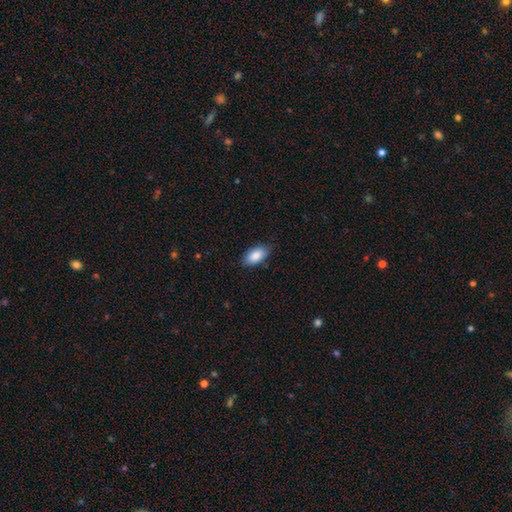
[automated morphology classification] Q: Smooth or featured?
A: smooth (88%); runner-up: star or artifact (6%)
Q: How rounded?
A: in between (94%); runner-up: cigar-shaped (3%)
Q: Merging?
A: none (85%); runner-up: minor disturbance (11%)